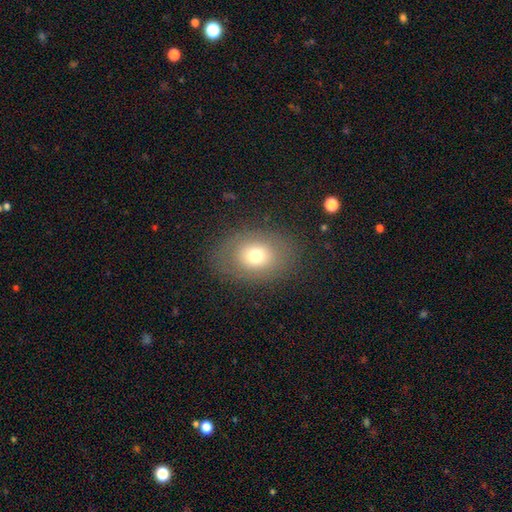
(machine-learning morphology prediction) A smooth galaxy with no disk features (69%) that is in between round and cigar-shaped (68%).

Vote fractions:
- Smooth or featured? smooth: 69% / featured or disk: 19% / star or artifact: 12%
- How rounded? in between: 68% / round: 31% / cigar-shaped: 1%
- Merging? none: 82% / minor disturbance: 11% / major disturbance: 6% / merger: 1%